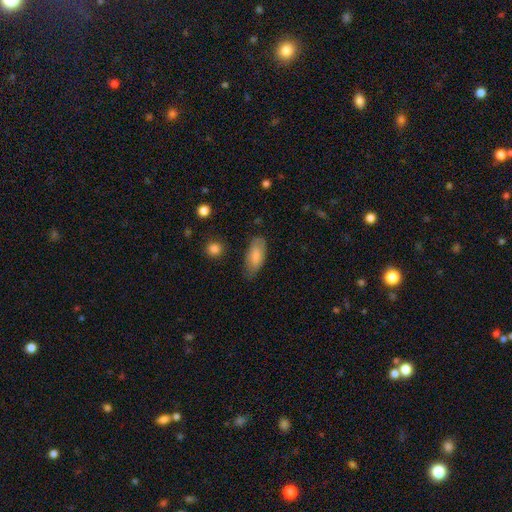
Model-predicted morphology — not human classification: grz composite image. It shows a smooth galaxy with no disk features (75%) that is in between round and cigar-shaped (86%). Merging: none (72%).